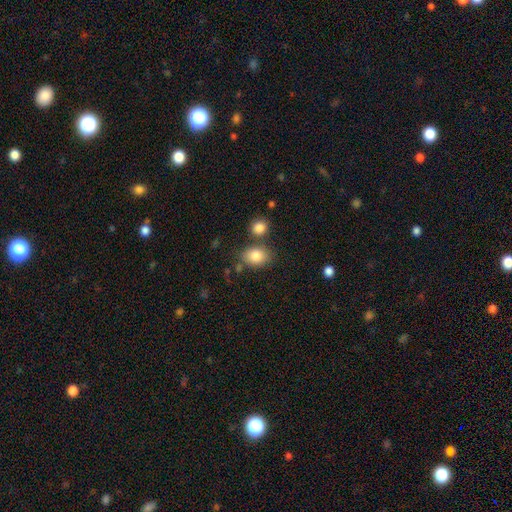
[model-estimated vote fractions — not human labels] Morphology: type=smooth (82%); roundness=in between (70%); merging=none (69%).